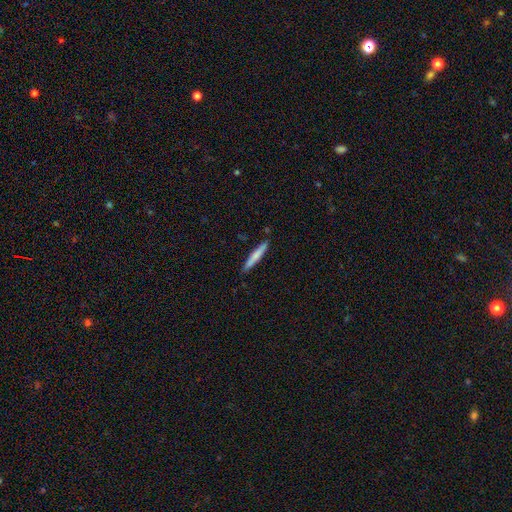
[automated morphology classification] A smooth galaxy with no disk features (70%) that is cigar-shaped (95%).

Vote fractions:
- Smooth or featured? smooth: 70% / featured or disk: 24% / star or artifact: 5%
- How rounded? cigar-shaped: 95% / in between: 4% / round: 1%
- Merging? none: 88% / minor disturbance: 9% / merger: 2% / major disturbance: 1%